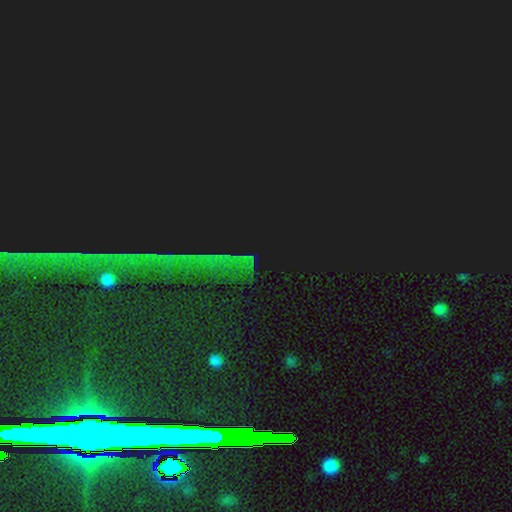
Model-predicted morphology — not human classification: smooth-or-featured: star or artifact: 82% | smooth: 10% | featured or disk: 8%